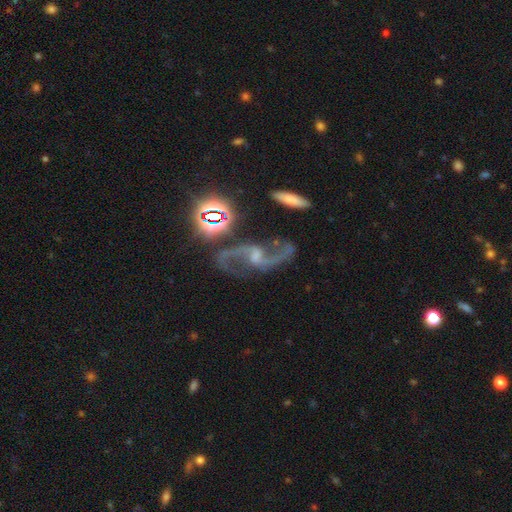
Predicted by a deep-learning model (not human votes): Smooth or featured? featured or disk (87%)
Edge-on disk? no (96%)
Bar? weak (50%)
Spiral arms? yes (97%)
Spiral winding? loose (77%)
Spiral arm count? 2 (94%)
Bulge size? small (39%)
Merging? none (68%)